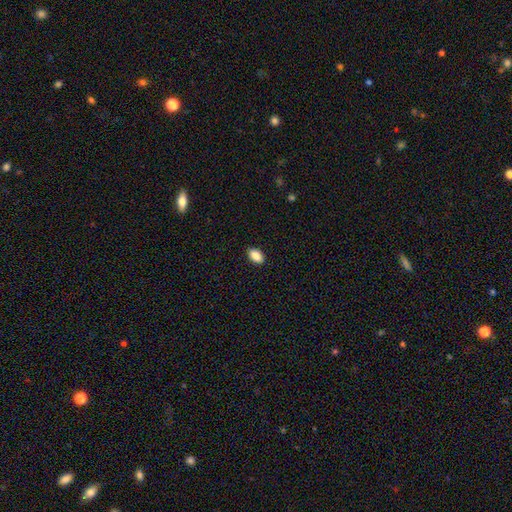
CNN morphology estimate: Smooth or featured: smooth — 87% (star or artifact — 8%)
How rounded: in between — 91% (round — 7%)
Merging: none — 90% (minor disturbance — 7%)